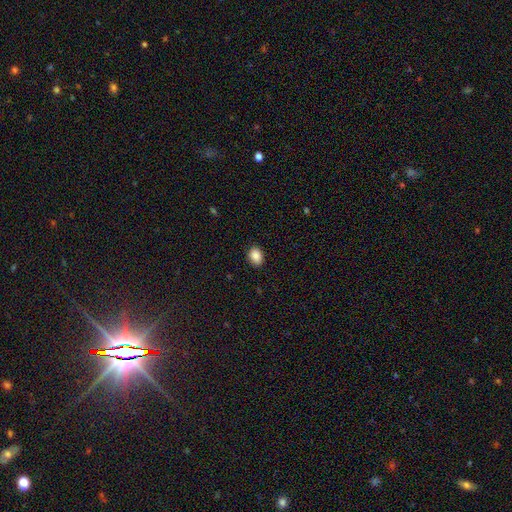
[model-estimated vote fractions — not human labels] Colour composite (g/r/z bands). It shows a smooth galaxy with no disk features (88%) that is in between round and cigar-shaped (66%). Merging: none (89%).